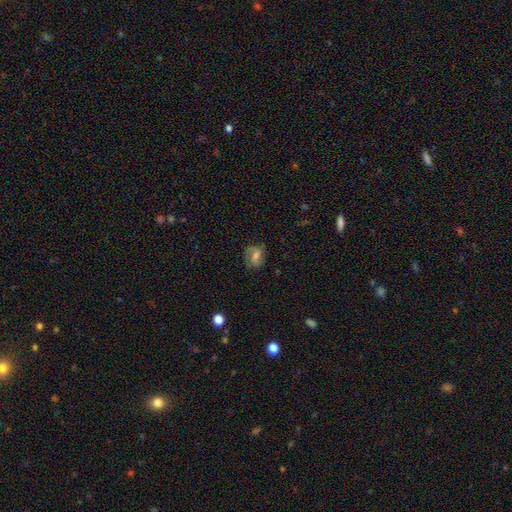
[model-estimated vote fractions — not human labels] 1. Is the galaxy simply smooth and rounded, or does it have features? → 53% featured or disk, 35% smooth, 12% star or artifact.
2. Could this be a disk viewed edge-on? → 96% no, 4% yes.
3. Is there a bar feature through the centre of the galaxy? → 47% weak, 28% no, 25% strong.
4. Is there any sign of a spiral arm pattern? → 81% yes, 19% no.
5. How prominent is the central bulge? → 43% moderate, 32% small, 13% none, 10% large, 2% dominant.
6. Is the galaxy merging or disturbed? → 73% none, 18% minor disturbance, 8% major disturbance, 2% merger.